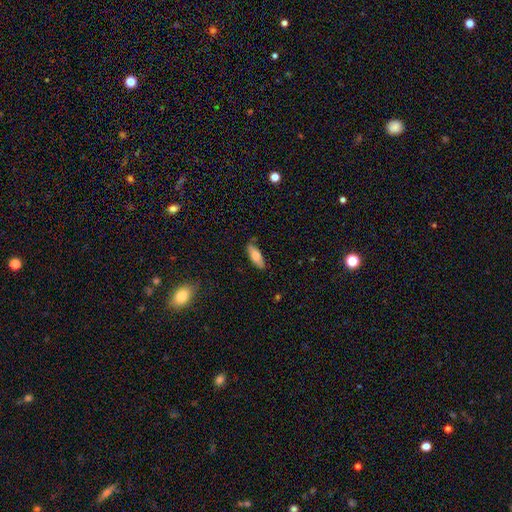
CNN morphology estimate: Smooth or featured? Predicted: smooth (p=0.73). How rounded? Predicted: in between (p=0.70). Merging? Predicted: none (p=0.85).